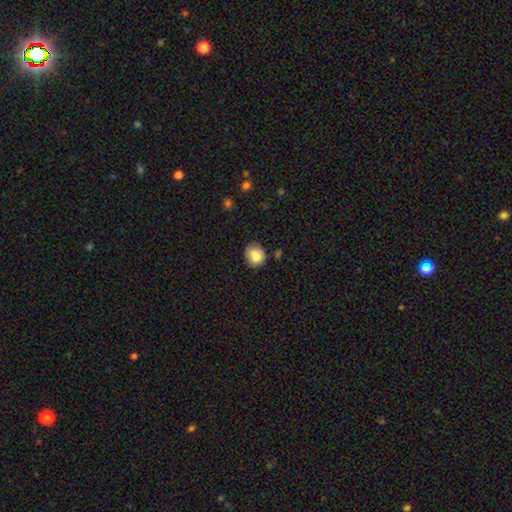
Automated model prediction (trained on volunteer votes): Smooth or featured? smooth (83%)
How rounded? round (69%)
Merging? none (75%)